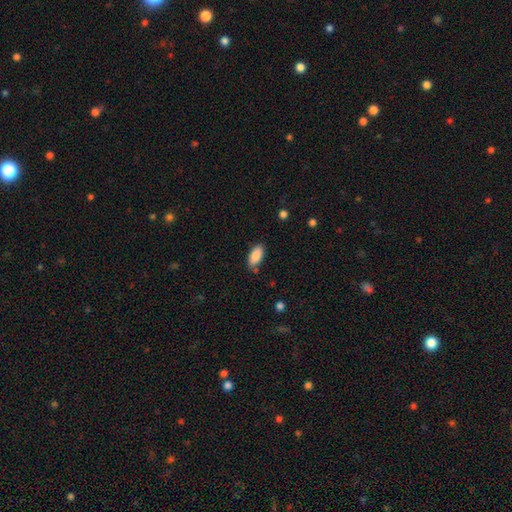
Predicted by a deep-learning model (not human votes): The model was most divided on "merging": none: 81%, minor disturbance: 14%, major disturbance: 3%, merger: 2%. More confident: how rounded — in between (90%); smooth or featured — smooth (89%).